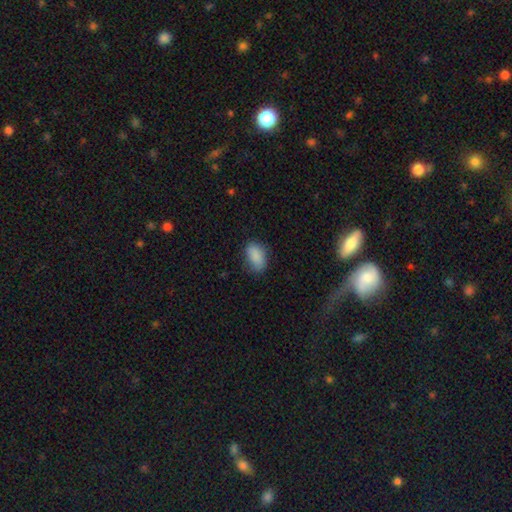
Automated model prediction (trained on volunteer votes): A smooth galaxy with no disk features (88%) that is in between round and cigar-shaped (89%).

Vote fractions:
- Smooth or featured? smooth: 88% / star or artifact: 7% / featured or disk: 5%
- How rounded? in between: 89% / round: 9% / cigar-shaped: 2%
- Merging? none: 73% / minor disturbance: 21% / major disturbance: 5% / merger: 1%